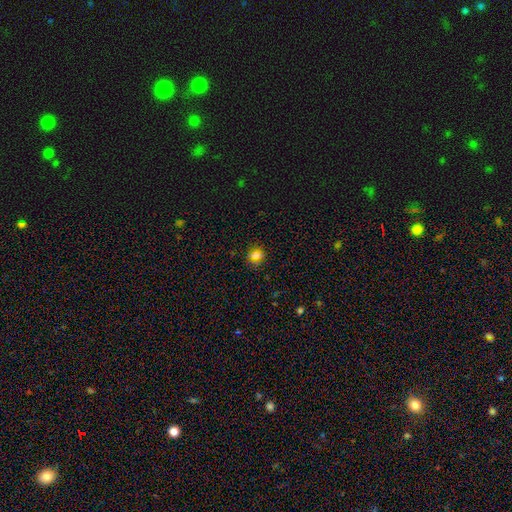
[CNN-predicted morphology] A smooth galaxy with no disk features (59%) that is round (74%).

Vote fractions:
- Smooth or featured? smooth: 59% / star or artifact: 31% / featured or disk: 11%
- How rounded? round: 74% / in between: 22% / cigar-shaped: 4%
- Merging? none: 87% / minor disturbance: 8% / major disturbance: 3% / merger: 2%